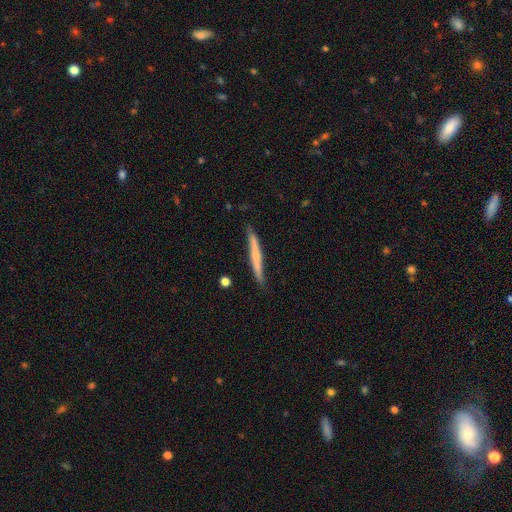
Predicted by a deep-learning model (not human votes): smooth 53%, featured or disk 41%, star or artifact 5%. Down the decision tree: how rounded — cigar-shaped (96%); merging — none (80%).